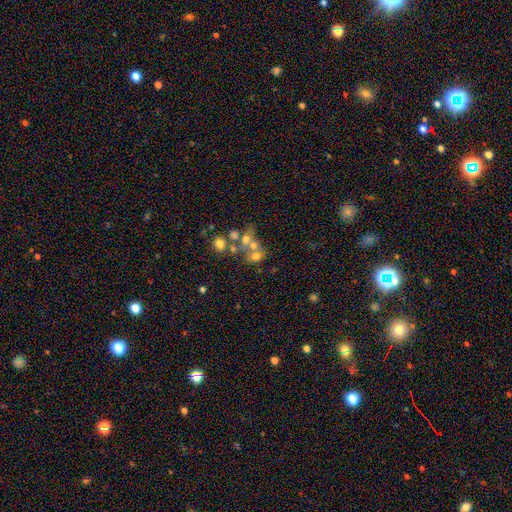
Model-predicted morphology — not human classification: This appears to be a smooth galaxy with no disk features (50%) that is round (65%). Merging: merger (52%).